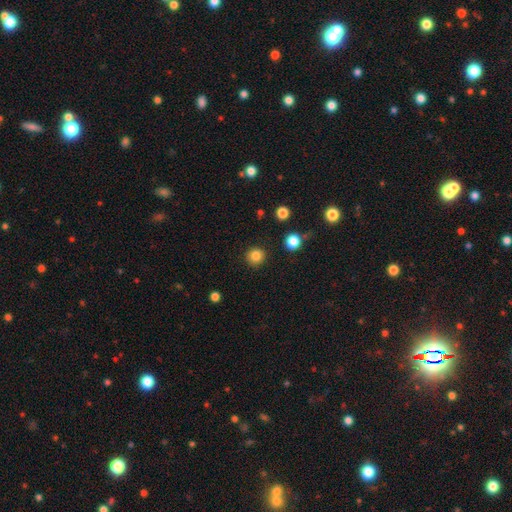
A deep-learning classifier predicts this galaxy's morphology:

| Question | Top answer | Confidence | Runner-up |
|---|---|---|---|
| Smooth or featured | smooth | 84% | star or artifact (11%) |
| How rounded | round | 93% | in between (6%) |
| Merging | none | 91% | minor disturbance (6%) |